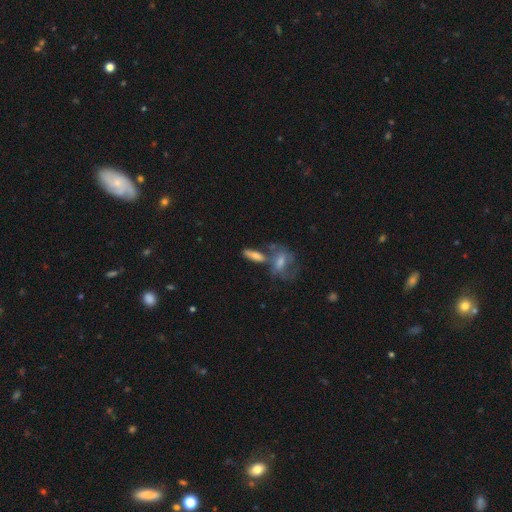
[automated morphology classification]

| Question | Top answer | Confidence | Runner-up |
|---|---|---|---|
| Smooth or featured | smooth | 46% | featured or disk (40%) |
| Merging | none | 43% | merger (37%) |